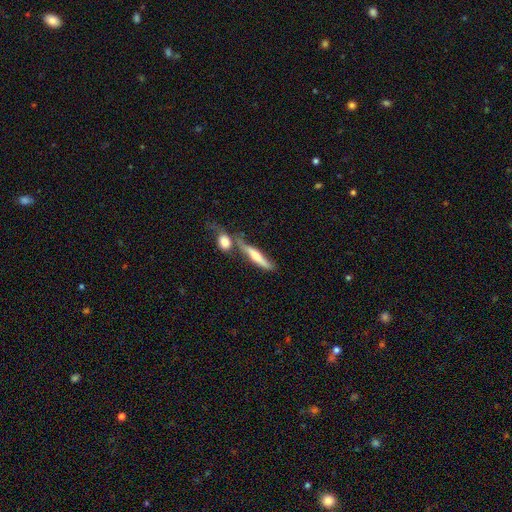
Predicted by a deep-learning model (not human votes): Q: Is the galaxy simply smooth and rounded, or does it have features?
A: featured or disk — 48%.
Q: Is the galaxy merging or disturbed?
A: none — 46%.